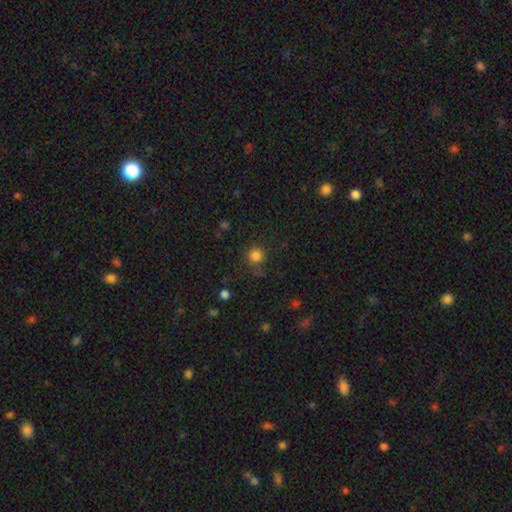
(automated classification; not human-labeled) Smooth or featured?
  - smooth: 81% *
  - star or artifact: 14%
  - featured or disk: 5%
How rounded?
  - round: 92% *
  - in between: 7%
  - cigar-shaped: 1%
Merging?
  - none: 76% *
  - minor disturbance: 14%
  - major disturbance: 7%
  - merger: 4%